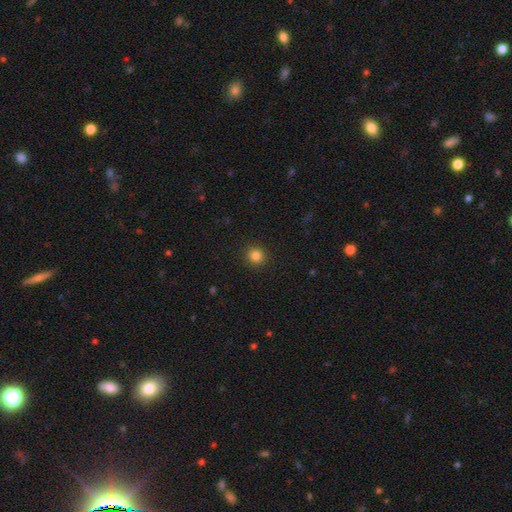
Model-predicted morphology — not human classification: type=smooth (83%); roundness=round (93%); merging=none (92%).